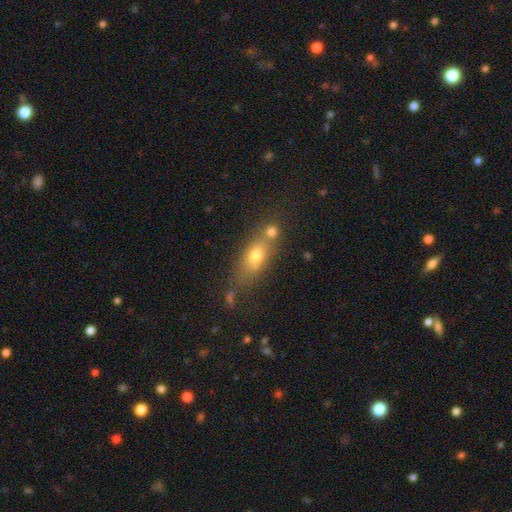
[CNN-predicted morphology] Smooth or featured?
  - smooth: 64% *
  - featured or disk: 23%
  - star or artifact: 13%
How rounded?
  - in between: 62% *
  - cigar-shaped: 22%
  - round: 17%
Merging?
  - none: 44% *
  - merger: 35%
  - minor disturbance: 14%
  - major disturbance: 7%